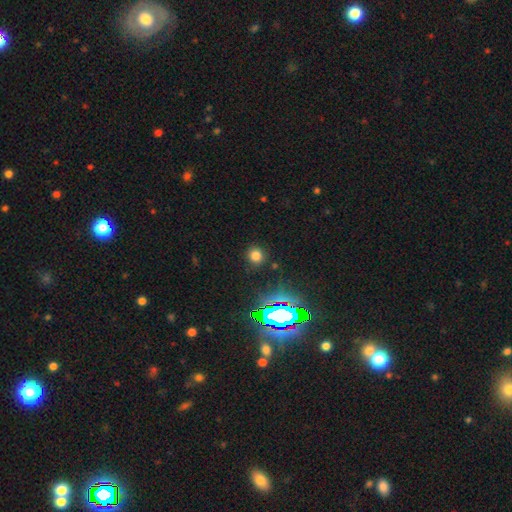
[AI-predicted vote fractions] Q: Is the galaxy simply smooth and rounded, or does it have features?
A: smooth — 71%.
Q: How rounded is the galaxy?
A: round — 89%.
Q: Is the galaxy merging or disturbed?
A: none — 88%.